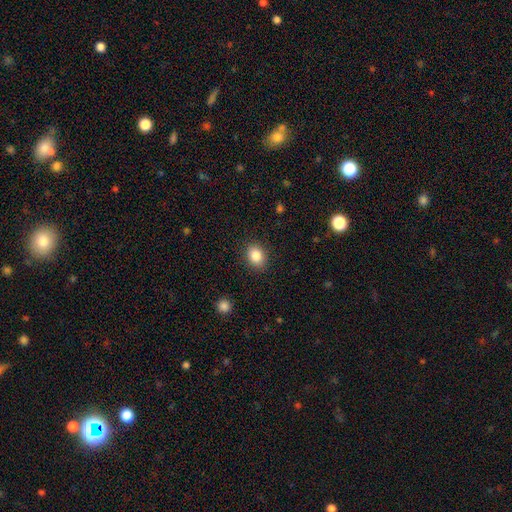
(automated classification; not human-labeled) smooth-or-featured: smooth: 85% | star or artifact: 9% | featured or disk: 6%
  how-rounded: in between: 51% | round: 49% | cigar-shaped: 1%
  merging: none: 88% | minor disturbance: 8% | major disturbance: 3% | merger: 1%